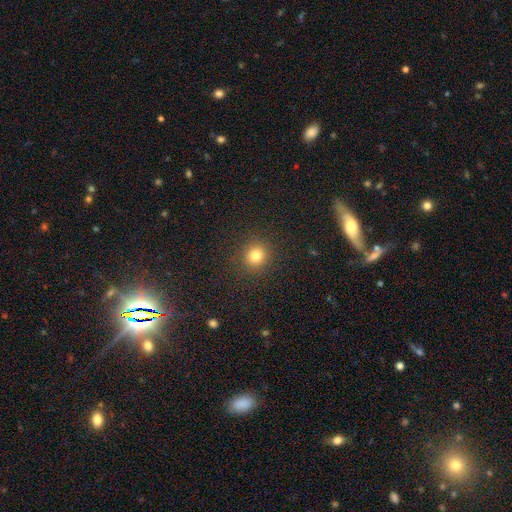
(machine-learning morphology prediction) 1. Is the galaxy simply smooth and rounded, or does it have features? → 80% smooth, 15% star or artifact, 6% featured or disk.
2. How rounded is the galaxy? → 89% round, 10% in between, 1% cigar-shaped.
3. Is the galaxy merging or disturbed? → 90% none, 6% minor disturbance, 3% major disturbance, 1% merger.